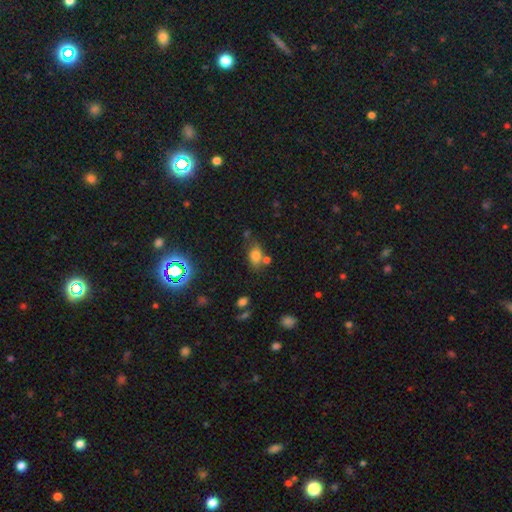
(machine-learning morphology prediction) Overall: smooth (74%). How rounded: in between (74%). Merging: none (56%; minor disturbance 19%).